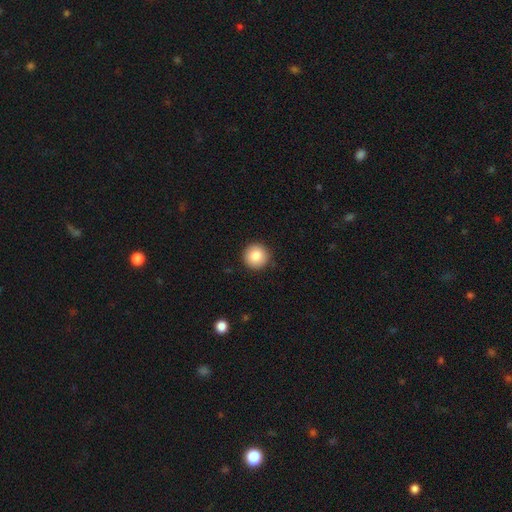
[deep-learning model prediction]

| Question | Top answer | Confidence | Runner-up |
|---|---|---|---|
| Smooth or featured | smooth | 85% | star or artifact (8%) |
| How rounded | round | 96% | in between (3%) |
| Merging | none | 91% | minor disturbance (7%) |